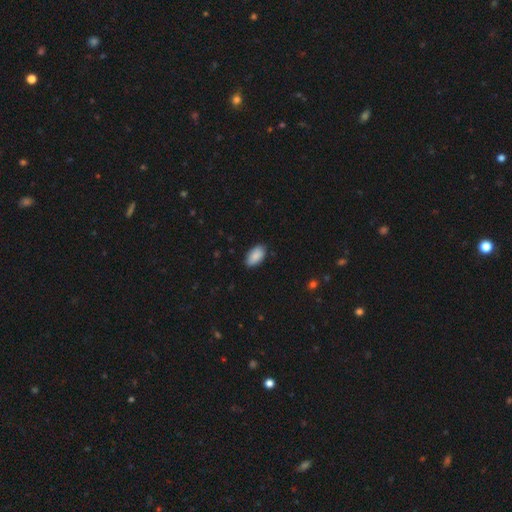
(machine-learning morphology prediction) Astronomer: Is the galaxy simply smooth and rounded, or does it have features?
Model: smooth — 88%.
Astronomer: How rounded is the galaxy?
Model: in between — 95%.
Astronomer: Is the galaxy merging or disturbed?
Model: none — 85%.